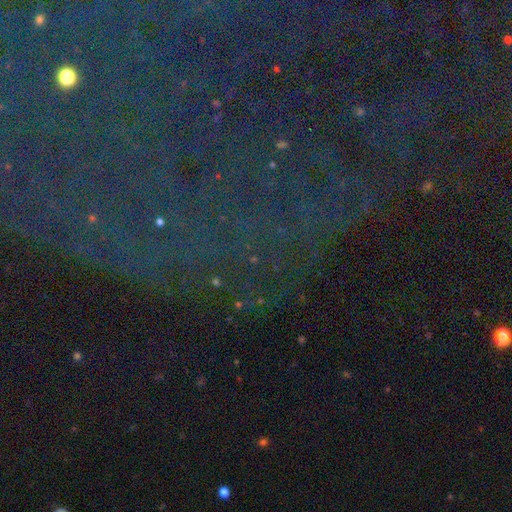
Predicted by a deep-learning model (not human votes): Smooth or featured: star or artifact — 84% (featured or disk — 8%)